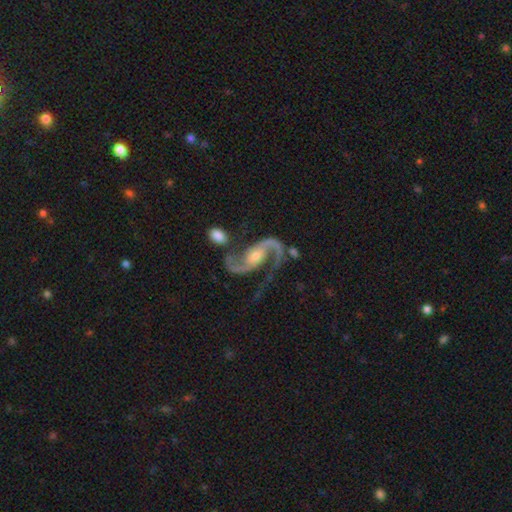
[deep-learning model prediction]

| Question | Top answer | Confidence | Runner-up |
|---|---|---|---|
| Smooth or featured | featured or disk | 92% | star or artifact (4%) |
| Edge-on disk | no | 98% | yes (2%) |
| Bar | no | 47% | weak (35%) |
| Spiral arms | yes | 98% | no (2%) |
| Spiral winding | medium | 48% | loose (42%) |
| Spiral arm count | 2 | 91% | 1 (4%) |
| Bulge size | small | 46% | tied: moderate (46%) |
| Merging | none | 50% | major disturbance (18%) |